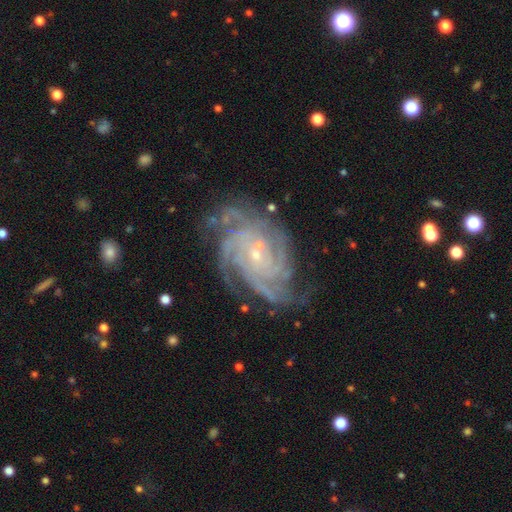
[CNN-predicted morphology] type=featured or disk (90%); edge-on=no (97%); bar=no (63%); spiral arms=yes (98%); winding=tight (72%); arm count=4 (36%); bulge=small (80%); merging=none (74%).